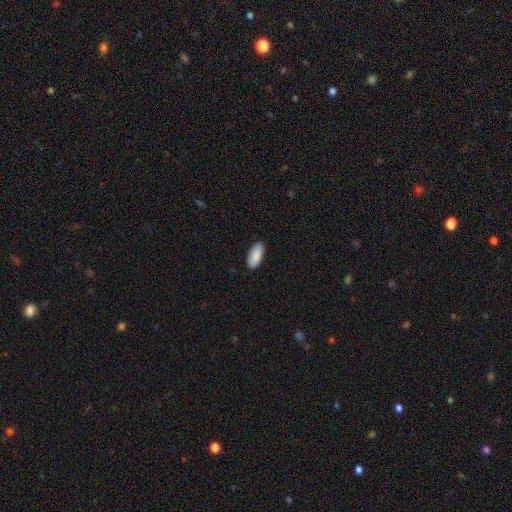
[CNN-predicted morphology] type=smooth (89%); roundness=in between (90%); merging=none (88%).